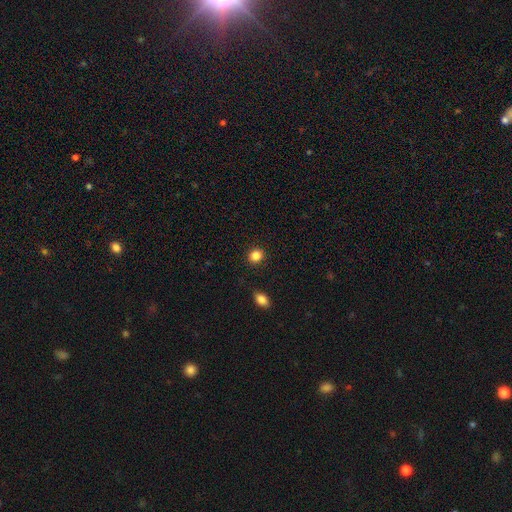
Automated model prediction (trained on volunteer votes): Overall: smooth (85%). How rounded: round (79%). Merging: none (91%).